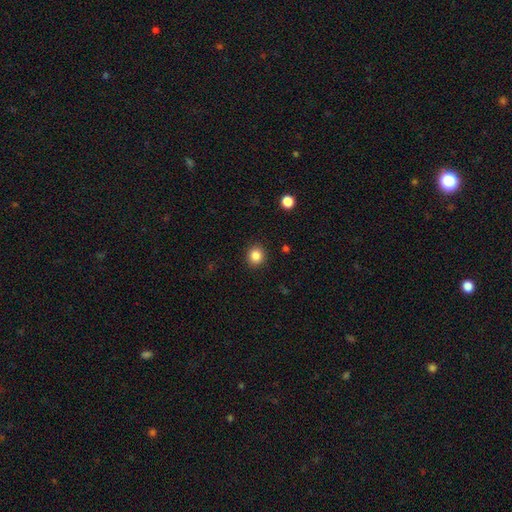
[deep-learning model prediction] A smooth galaxy with no disk features (85%) that is round (86%). Merging: none (91%).